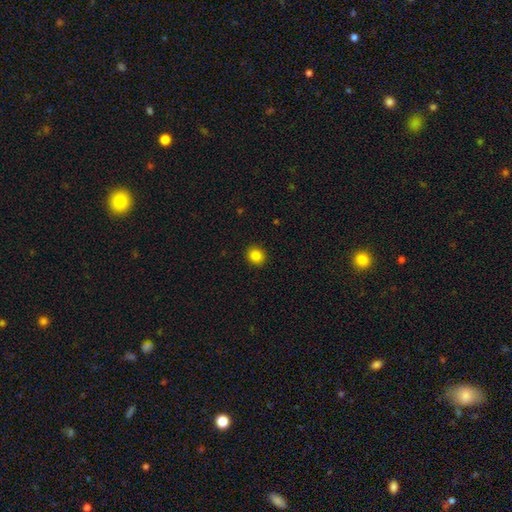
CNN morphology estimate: The model was most divided on "how rounded": round: 76%, in between: 23%, cigar-shaped: 1%. More confident: merging — none (91%); smooth or featured — smooth (86%).